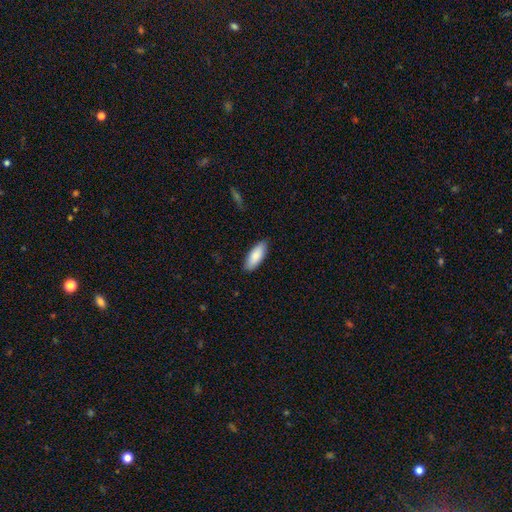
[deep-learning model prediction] Smooth or featured? Predicted: smooth (p=0.87). How rounded? Predicted: in between (p=0.76). Merging? Predicted: none (p=0.87).